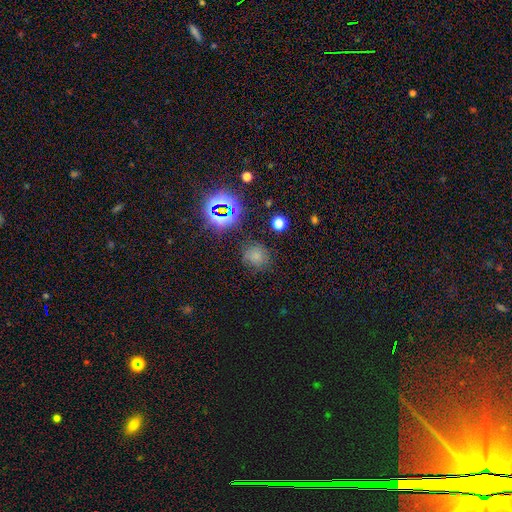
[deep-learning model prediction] Smooth or featured? smooth (60%)
How rounded? round (79%)
Merging? none (75%)